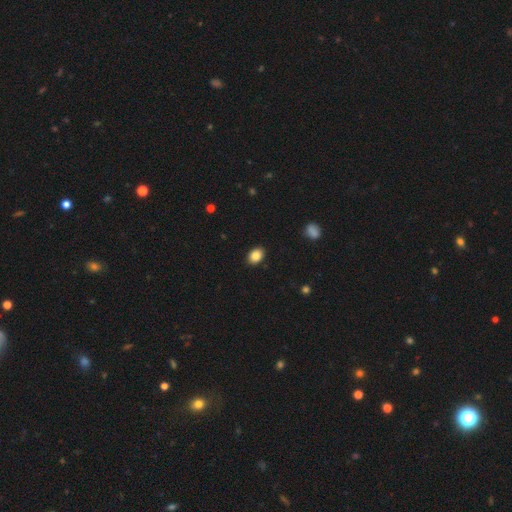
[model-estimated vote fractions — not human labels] A smooth galaxy with no disk features (86%) that is in between round and cigar-shaped (74%). Merging: none (90%).